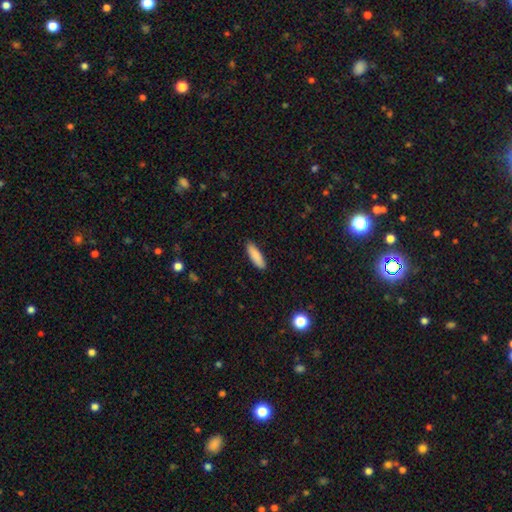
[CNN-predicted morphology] A smooth galaxy with no disk features (88%) that is cigar-shaped (59%).

Vote fractions:
- Smooth or featured? smooth: 88% / star or artifact: 6% / featured or disk: 6%
- How rounded? cigar-shaped: 59% / in between: 40% / round: 1%
- Merging? none: 89% / minor disturbance: 8% / major disturbance: 2% / merger: 1%